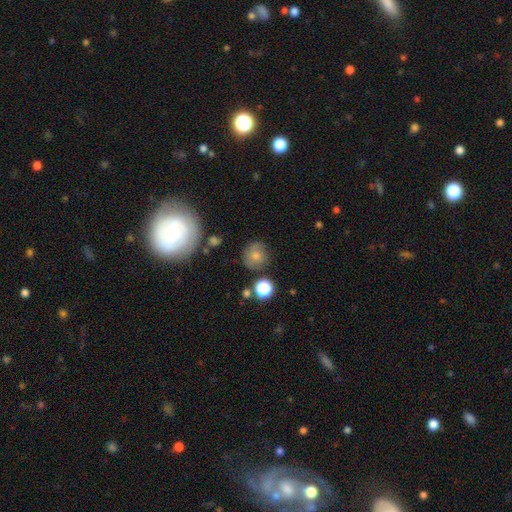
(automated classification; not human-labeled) Smooth or featured? Predicted: smooth (p=0.72). How rounded? Predicted: round (p=0.87). Merging? Predicted: none (p=0.74).